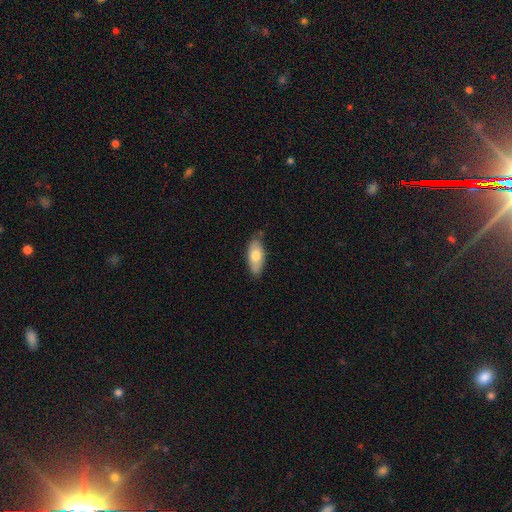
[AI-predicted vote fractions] Overall: smooth (70%). How rounded: in between (86%). Merging: none (79%).